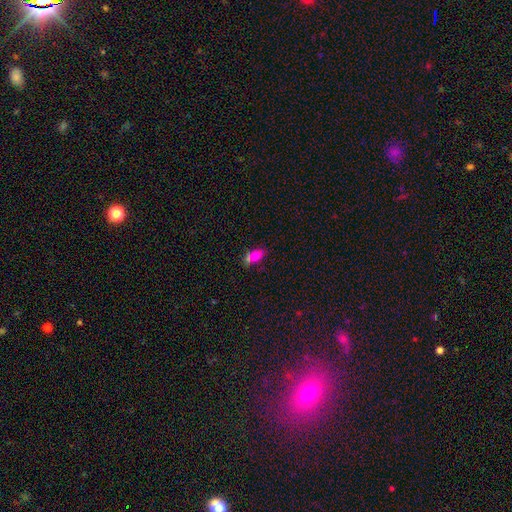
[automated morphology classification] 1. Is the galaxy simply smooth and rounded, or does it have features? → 73% smooth, 14% star or artifact, 13% featured or disk.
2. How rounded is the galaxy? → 83% in between, 9% cigar-shaped, 8% round.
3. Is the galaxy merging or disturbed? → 43% none, 37% merger, 15% minor disturbance, 6% major disturbance.